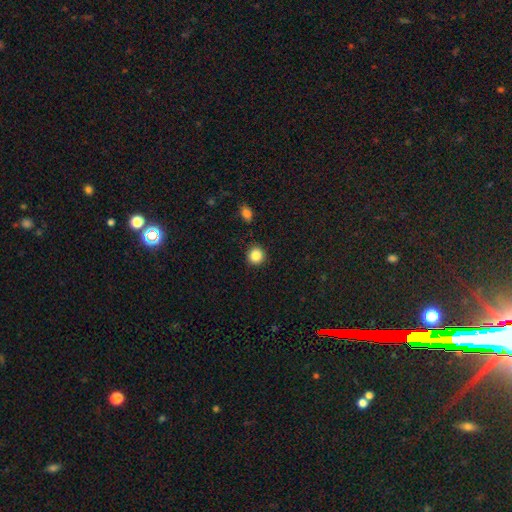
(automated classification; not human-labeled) Smooth or featured?
  - smooth: 86% *
  - star or artifact: 10%
  - featured or disk: 4%
How rounded?
  - round: 93% *
  - in between: 6%
  - cigar-shaped: 1%
Merging?
  - none: 91% *
  - minor disturbance: 6%
  - major disturbance: 2%
  - merger: 2%